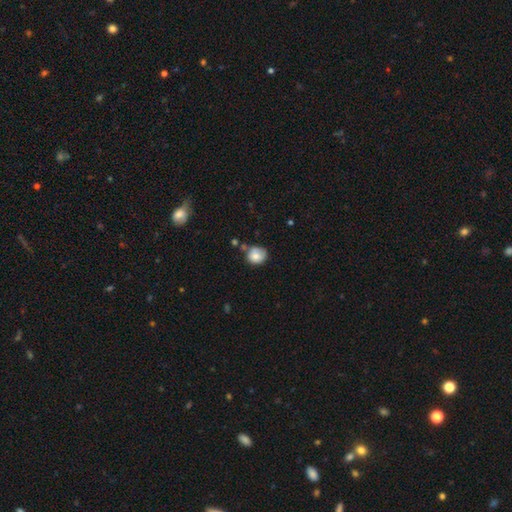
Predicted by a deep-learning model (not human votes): Smooth or featured: smooth — 78% (featured or disk — 13%)
How rounded: round — 78% (in between — 21%)
Merging: none — 55% (minor disturbance — 27%)